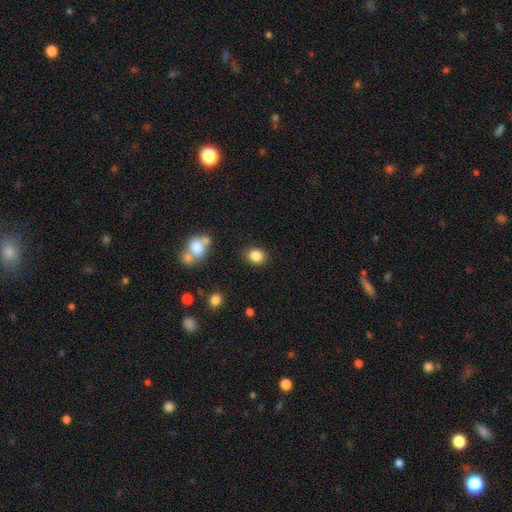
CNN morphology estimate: This appears to be a smooth galaxy with no disk features (85%) that is round (66%). Merging: none (84%).